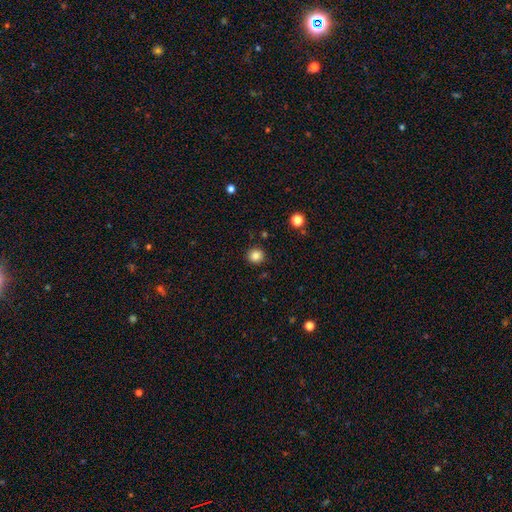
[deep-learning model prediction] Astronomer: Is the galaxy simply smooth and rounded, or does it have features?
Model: smooth — 84%.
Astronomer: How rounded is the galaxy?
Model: round — 92%.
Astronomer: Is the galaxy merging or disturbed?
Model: none — 91%.